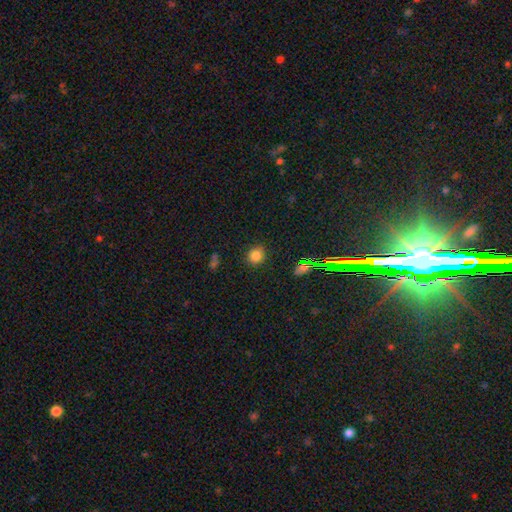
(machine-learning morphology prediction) Smooth or featured? Predicted: smooth (p=0.80). How rounded? Predicted: round (p=0.79). Merging? Predicted: none (p=0.87).